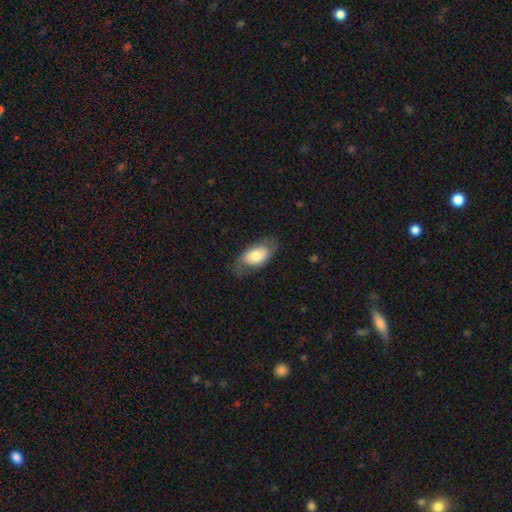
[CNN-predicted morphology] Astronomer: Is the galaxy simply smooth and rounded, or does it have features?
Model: smooth — 69%.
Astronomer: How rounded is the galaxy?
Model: in between — 92%.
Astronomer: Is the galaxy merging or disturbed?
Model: none — 66%.